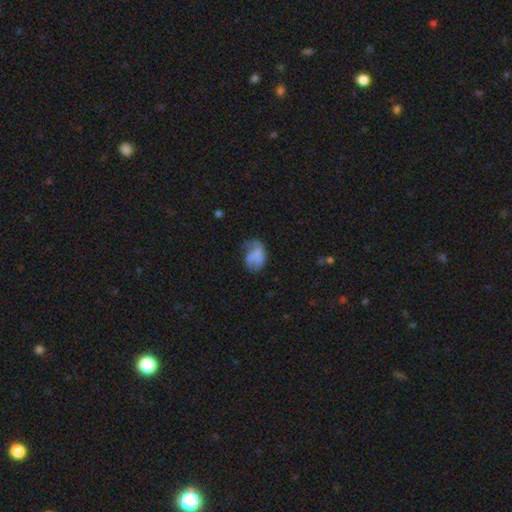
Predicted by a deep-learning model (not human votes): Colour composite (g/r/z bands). It shows a smooth galaxy with no disk features (52%) that is in between round and cigar-shaped (73%). Merging: none (33%).